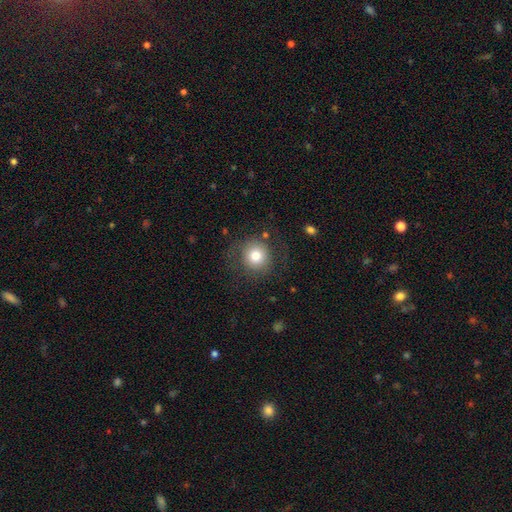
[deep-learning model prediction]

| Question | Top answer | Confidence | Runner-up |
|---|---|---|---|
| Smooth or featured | smooth | 75% | featured or disk (16%) |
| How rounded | round | 92% | in between (7%) |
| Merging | none | 74% | minor disturbance (14%) |